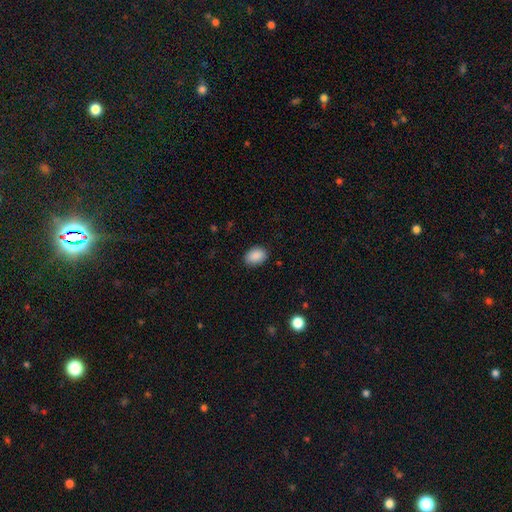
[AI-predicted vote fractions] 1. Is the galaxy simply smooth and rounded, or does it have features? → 90% smooth, 7% star or artifact, 3% featured or disk.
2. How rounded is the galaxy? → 79% in between, 20% round, 1% cigar-shaped.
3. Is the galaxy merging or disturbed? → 87% none, 10% minor disturbance, 2% major disturbance, 1% merger.